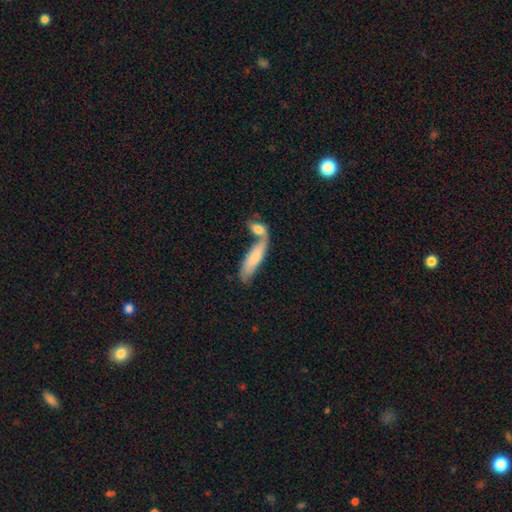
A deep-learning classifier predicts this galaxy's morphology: Smooth or featured: smooth — 66% (featured or disk — 28%)
How rounded: cigar-shaped — 57% (in between — 40%)
Merging: merger — 55% (none — 29%)